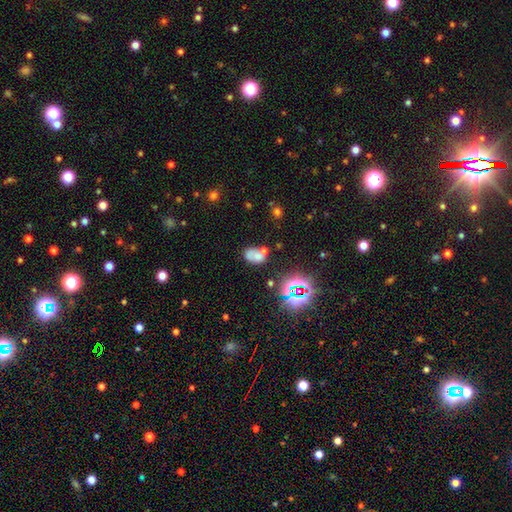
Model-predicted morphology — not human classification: type=smooth (53%); roundness=in between (71%); merging=merger (41%).